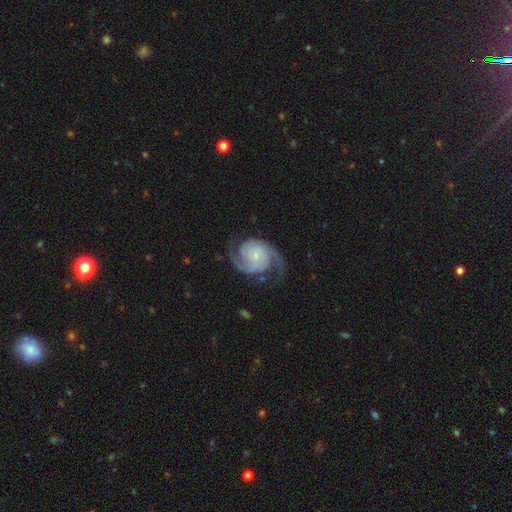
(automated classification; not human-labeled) This is clearly a featured or disk galaxy (90%). It is clearly not viewed edge-on (98%). Bar: likely no (68%). Spiral arm pattern: clearly yes (98%). Spiral arm count: clearly 2 (90%). Spiral winding: possibly medium (51%). Central bulge: likely small (72%). Merging: likely none (71%).